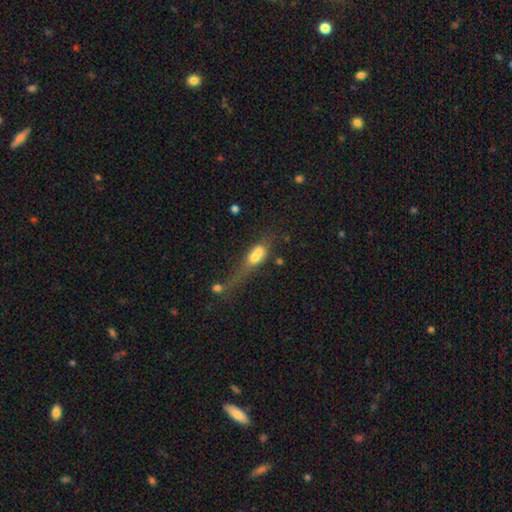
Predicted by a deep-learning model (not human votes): smooth_or_featured: smooth (p=0.61) [alt: featured or disk p=0.27]
how_rounded: in between (p=0.65) [alt: cigar-shaped p=0.26]
merging: major disturbance (p=0.33) [alt: merger p=0.29]